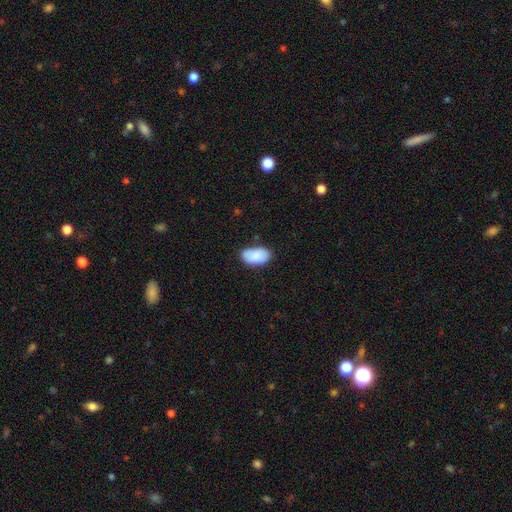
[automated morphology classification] type=smooth (84%); roundness=in between (94%); merging=none (74%).